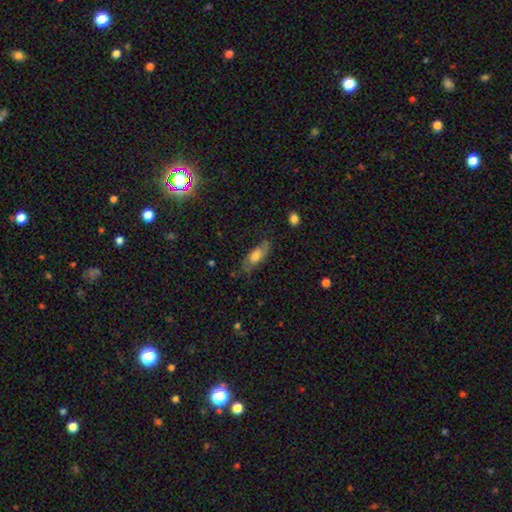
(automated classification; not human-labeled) smooth 59%, featured or disk 34%, star or artifact 7%. Down the decision tree: how rounded — in between (72%); merging — none (68%).